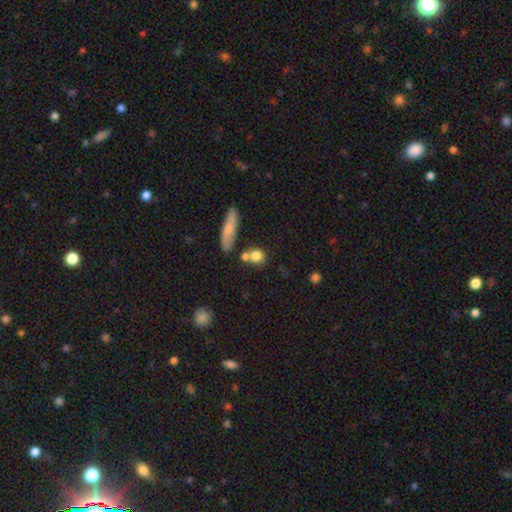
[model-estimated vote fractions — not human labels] Overall: smooth (78%). How rounded: round (70%). Merging: none (54%; merger 27%).